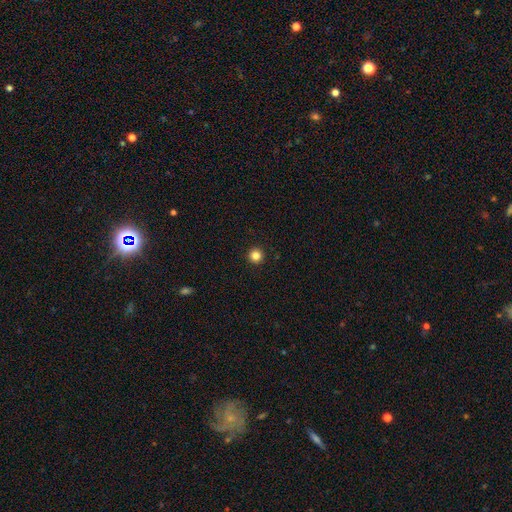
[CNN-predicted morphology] smooth-or-featured: smooth: 84% | star or artifact: 12% | featured or disk: 4%
  how-rounded: round: 96% | in between: 3% | cigar-shaped: 1%
  merging: none: 94% | minor disturbance: 4% | major disturbance: 1% | merger: 1%